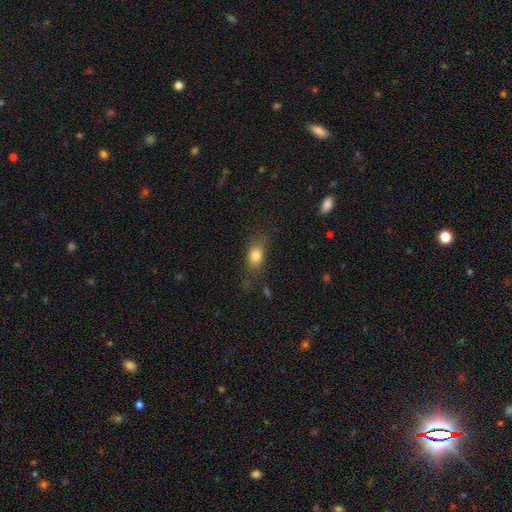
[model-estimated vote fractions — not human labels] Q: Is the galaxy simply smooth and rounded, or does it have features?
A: smooth — 80%.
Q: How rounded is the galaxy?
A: in between — 75%.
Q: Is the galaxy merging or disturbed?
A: none — 68%.